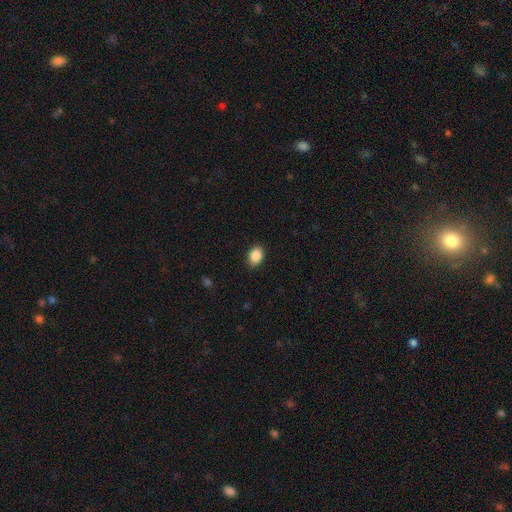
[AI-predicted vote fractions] The model was most divided on "how rounded": in between: 83%, round: 16%, cigar-shaped: 1%. More confident: smooth or featured — smooth (89%); merging — none (87%).